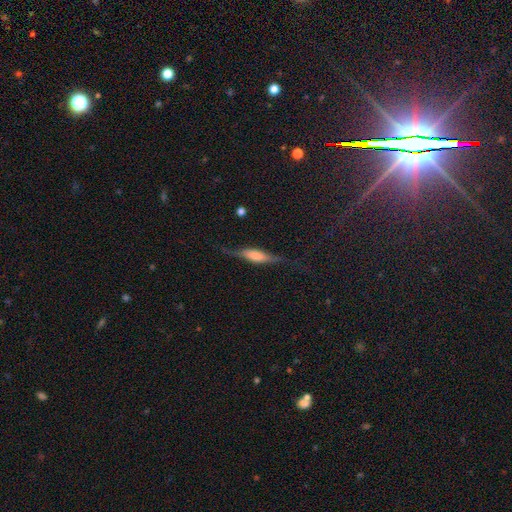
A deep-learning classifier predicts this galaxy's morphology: A featured or disk galaxy (56%) viewed edge-on (87%). Merging: none (69%).